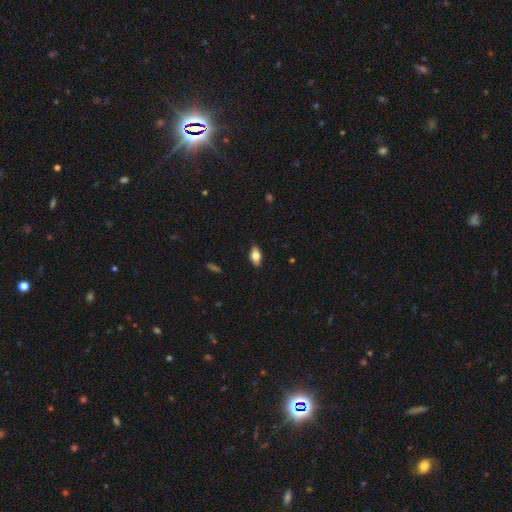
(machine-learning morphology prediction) Smooth or featured: smooth — 70% (featured or disk — 22%)
How rounded: in between — 87% (cigar-shaped — 8%)
Merging: none — 85% (minor disturbance — 12%)